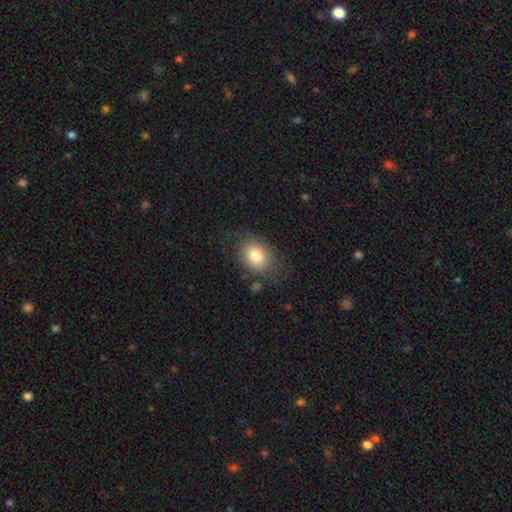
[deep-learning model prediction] The model was most divided on "how rounded": in between: 61%, round: 38%, cigar-shaped: 1%. More confident: smooth or featured — smooth (77%); merging — none (67%).